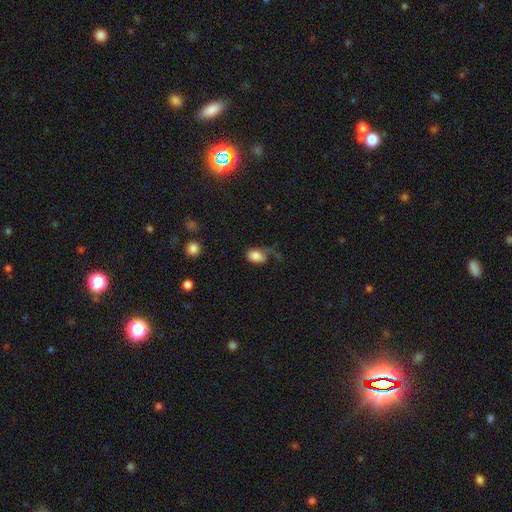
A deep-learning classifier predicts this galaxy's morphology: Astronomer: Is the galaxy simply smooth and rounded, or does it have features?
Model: smooth — 81%.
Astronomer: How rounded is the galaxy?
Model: in between — 81%.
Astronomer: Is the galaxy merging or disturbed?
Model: none — 36% (runner-up: major disturbance, 33%).